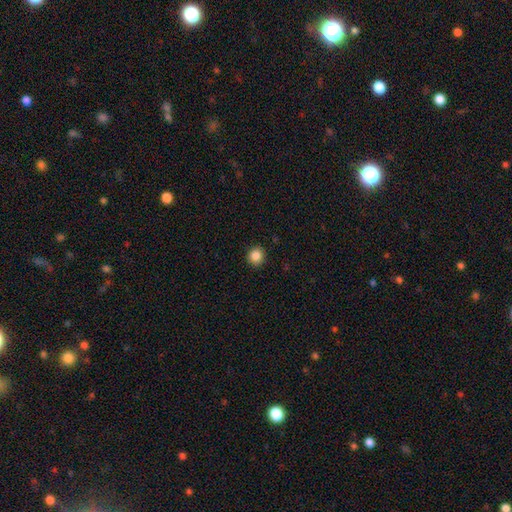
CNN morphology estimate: smooth_or_featured: smooth (p=0.86) [alt: star or artifact p=0.11]
how_rounded: round (p=0.91) [alt: in between p=0.08]
merging: none (p=0.92) [alt: minor disturbance p=0.05]